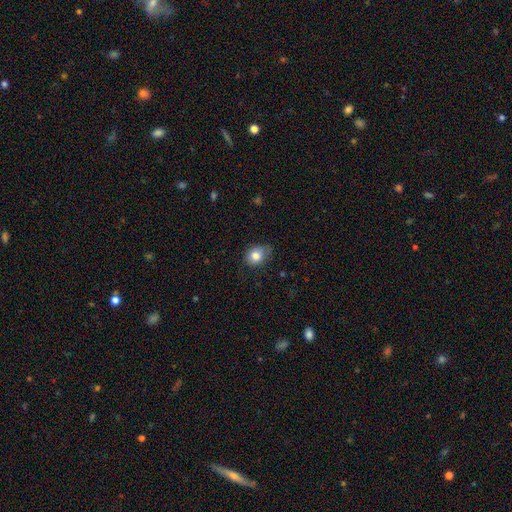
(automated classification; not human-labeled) Smooth or featured?
  - smooth: 81% *
  - featured or disk: 10%
  - star or artifact: 10%
How rounded?
  - round: 55% *
  - in between: 44%
  - cigar-shaped: 1%
Merging?
  - none: 66% *
  - minor disturbance: 27%
  - major disturbance: 5%
  - merger: 2%